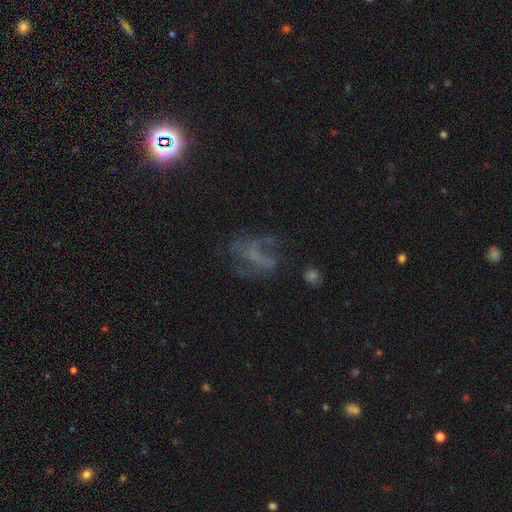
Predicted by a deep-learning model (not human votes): Q: Smooth or featured?
A: featured or disk (55%); runner-up: star or artifact (26%)
Q: Edge-on disk?
A: no (96%); runner-up: yes (4%)
Q: Bar?
A: no (59%); runner-up: weak (28%)
Q: Spiral arms?
A: yes (59%); runner-up: no (41%)
Q: Bulge size?
A: none (71%); runner-up: small (18%)
Q: Merging?
A: none (45%); runner-up: major disturbance (33%)